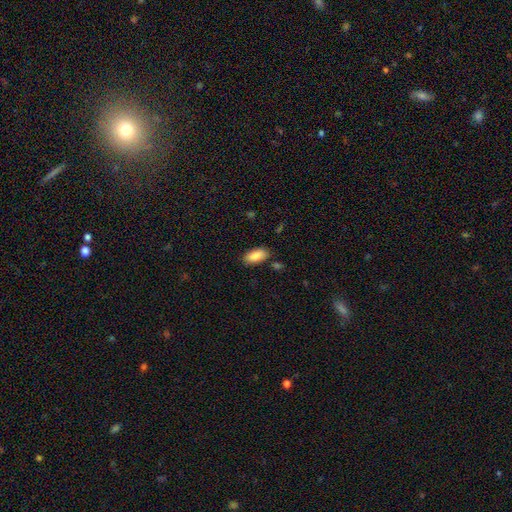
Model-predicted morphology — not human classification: Q: Smooth or featured?
A: smooth (88%); runner-up: star or artifact (6%)
Q: How rounded?
A: in between (91%); runner-up: cigar-shaped (7%)
Q: Merging?
A: none (84%); runner-up: minor disturbance (11%)